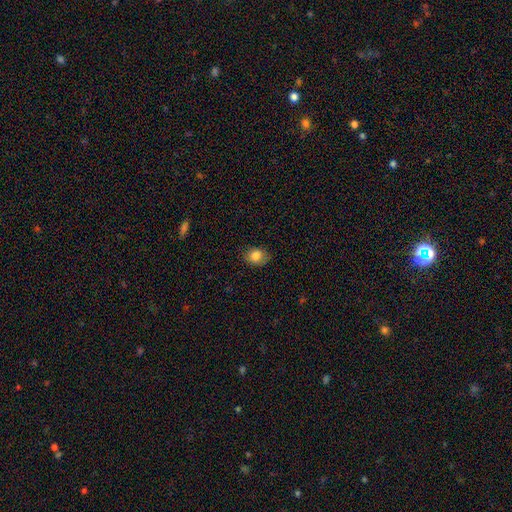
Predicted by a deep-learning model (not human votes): The model was most divided on "how rounded": in between: 55%, round: 44%, cigar-shaped: 1%. More confident: smooth or featured — smooth (82%); merging — none (81%).